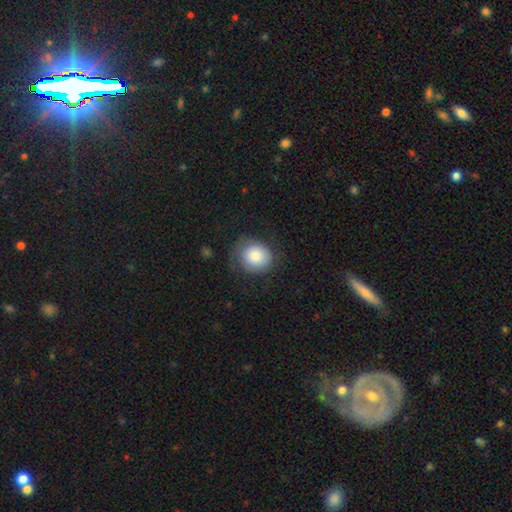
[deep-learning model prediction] Smooth or featured? smooth (79%)
How rounded? round (83%)
Merging? none (68%)